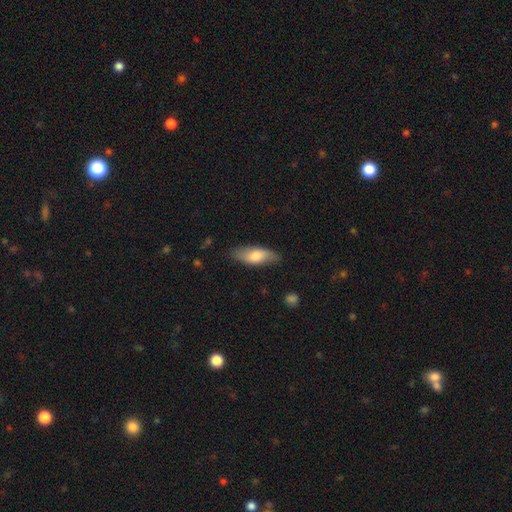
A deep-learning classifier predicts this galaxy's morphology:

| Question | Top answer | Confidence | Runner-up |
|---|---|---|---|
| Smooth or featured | smooth | 72% | featured or disk (22%) |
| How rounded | in between | 72% | cigar-shaped (26%) |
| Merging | none | 78% | minor disturbance (17%) |